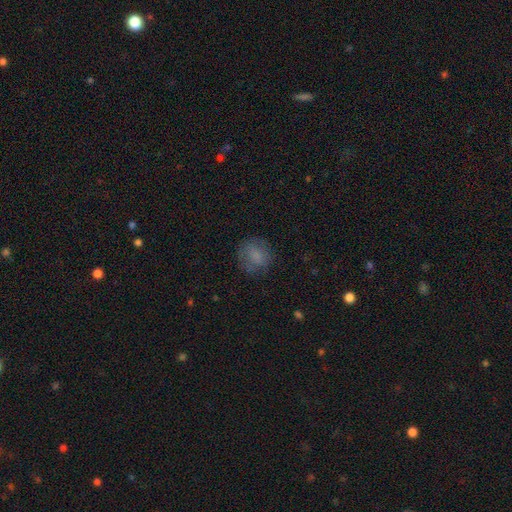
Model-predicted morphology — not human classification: Q: Smooth or featured?
A: smooth (74%); runner-up: featured or disk (16%)
Q: How rounded?
A: round (76%); runner-up: in between (22%)
Q: Merging?
A: none (72%); runner-up: minor disturbance (18%)